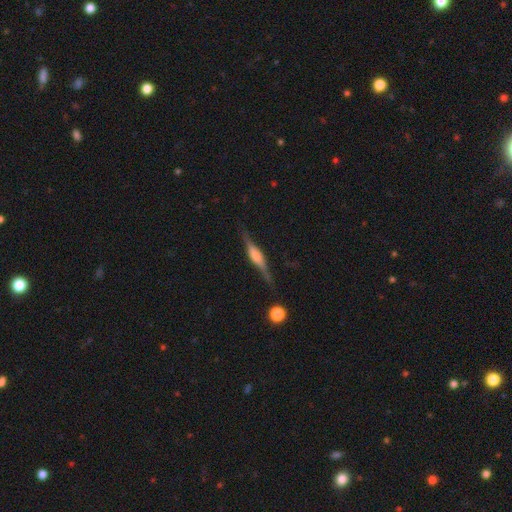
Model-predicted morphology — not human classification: featured or disk 71%, smooth 23%, star or artifact 6%. Down the decision tree: edge-on disk — yes (96%); edge-on bulge — rounded (55%); merging — none (80%).